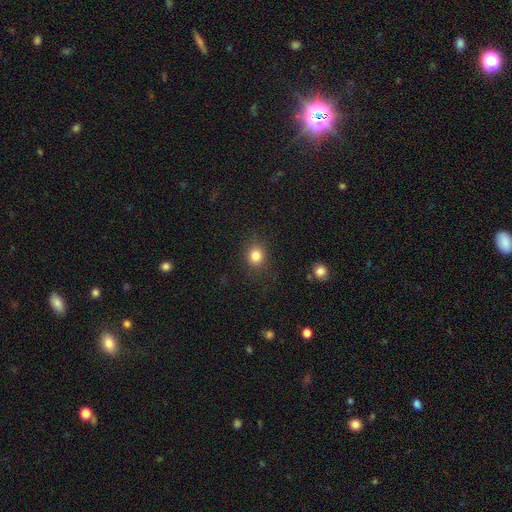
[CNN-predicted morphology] Q: Smooth or featured?
A: smooth (84%); runner-up: star or artifact (11%)
Q: How rounded?
A: round (73%); runner-up: in between (26%)
Q: Merging?
A: none (85%); runner-up: minor disturbance (10%)